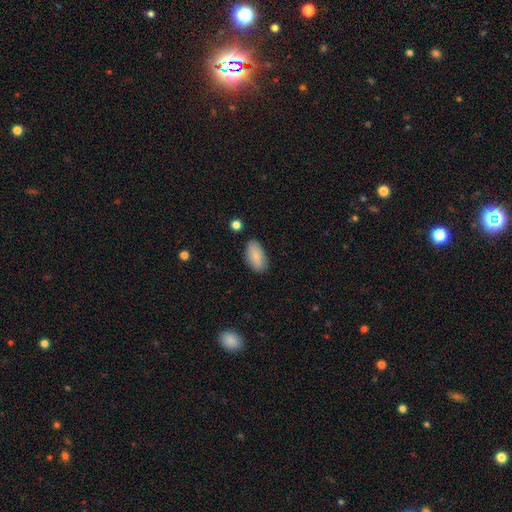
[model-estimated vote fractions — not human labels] The model was most divided on "merging": none: 81%, minor disturbance: 14%, major disturbance: 3%, merger: 2%. More confident: how rounded — in between (93%); smooth or featured — smooth (81%).